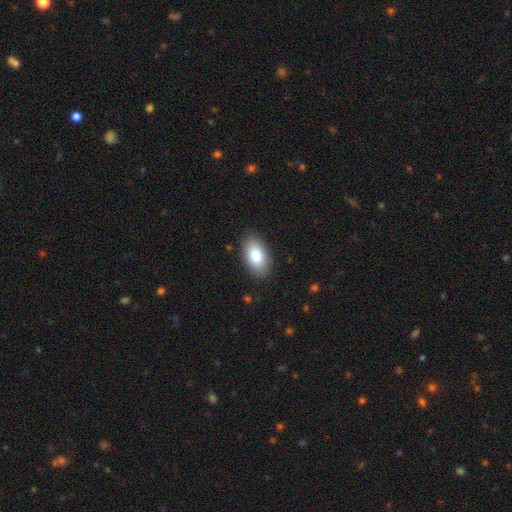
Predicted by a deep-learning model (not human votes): Smooth or featured? smooth (82%)
How rounded? in between (93%)
Merging? none (85%)